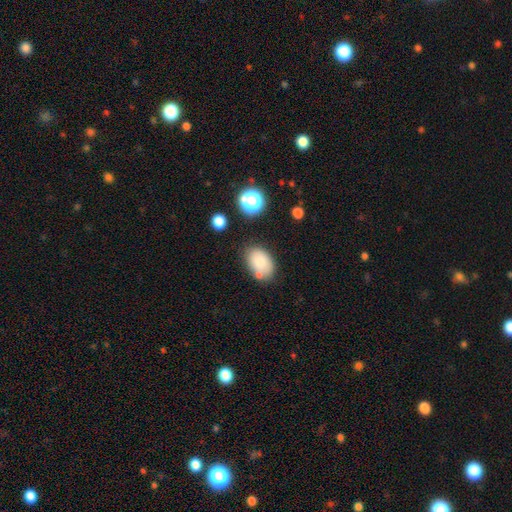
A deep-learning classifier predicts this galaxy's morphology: smooth-or-featured: smooth: 77% | featured or disk: 12% | star or artifact: 11%
  how-rounded: in between: 80% | round: 19% | cigar-shaped: 1%
  merging: none: 69% | minor disturbance: 17% | merger: 10% | major disturbance: 4%